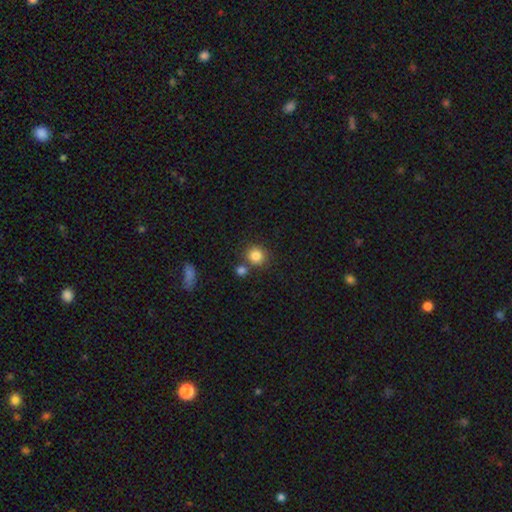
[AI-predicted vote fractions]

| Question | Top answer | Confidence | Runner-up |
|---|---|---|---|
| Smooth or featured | smooth | 84% | star or artifact (10%) |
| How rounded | round | 86% | in between (13%) |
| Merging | none | 71% | merger (17%) |